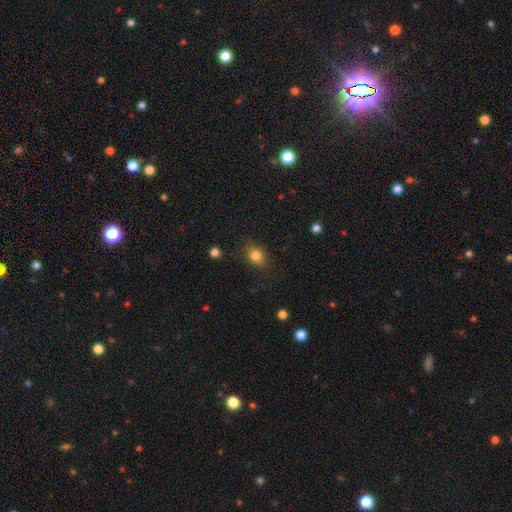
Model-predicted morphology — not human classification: smooth-or-featured: smooth: 83% | star or artifact: 11% | featured or disk: 6%
  how-rounded: in between: 59% | round: 40% | cigar-shaped: 1%
  merging: none: 84% | minor disturbance: 11% | major disturbance: 3% | merger: 1%